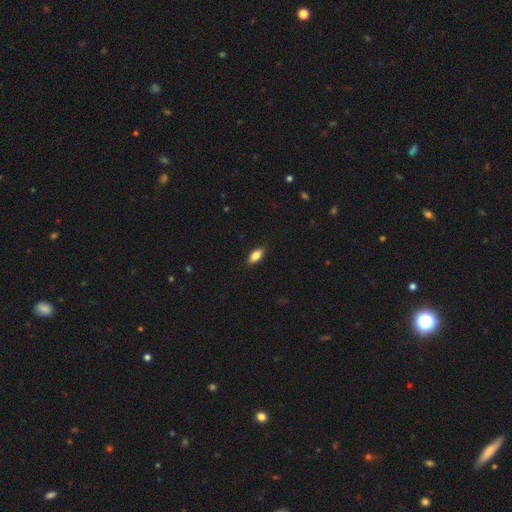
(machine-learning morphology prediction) A smooth galaxy with no disk features (78%) that is in between round and cigar-shaped (83%).

Vote fractions:
- Smooth or featured? smooth: 78% / featured or disk: 15% / star or artifact: 7%
- How rounded? in between: 83% / cigar-shaped: 14% / round: 3%
- Merging? none: 88% / minor disturbance: 9% / major disturbance: 2% / merger: 1%